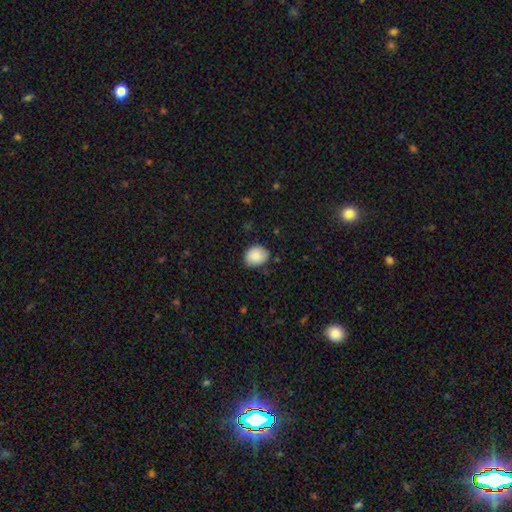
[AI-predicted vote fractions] Overall: smooth (87%). How rounded: in between (54%; round 45%). Merging: none (80%).